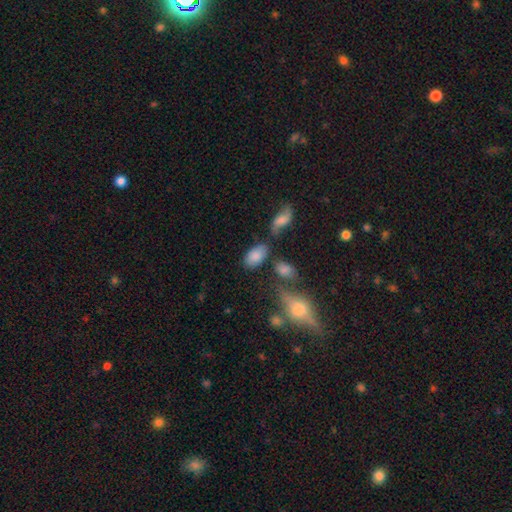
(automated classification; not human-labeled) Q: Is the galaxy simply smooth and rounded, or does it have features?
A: smooth — 82%.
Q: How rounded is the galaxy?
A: in between — 93%.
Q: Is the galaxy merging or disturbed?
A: none — 66%.